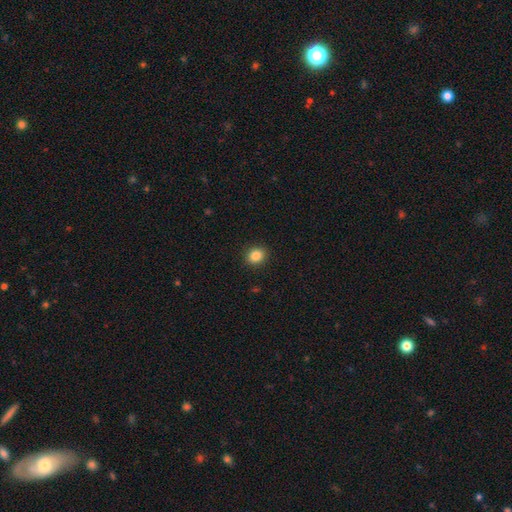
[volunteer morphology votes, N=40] Q: Smooth or featured?
A: smooth (85%); runner-up: star or artifact (12%)
Q: How rounded?
A: round (79%); runner-up: in between (21%)
Q: Merging?
A: none (100%)